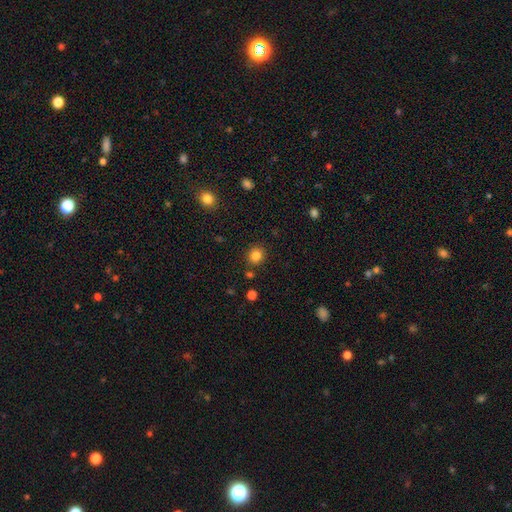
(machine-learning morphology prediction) Q: Smooth or featured?
A: smooth (83%); runner-up: star or artifact (12%)
Q: How rounded?
A: round (85%); runner-up: in between (14%)
Q: Merging?
A: none (87%); runner-up: minor disturbance (7%)